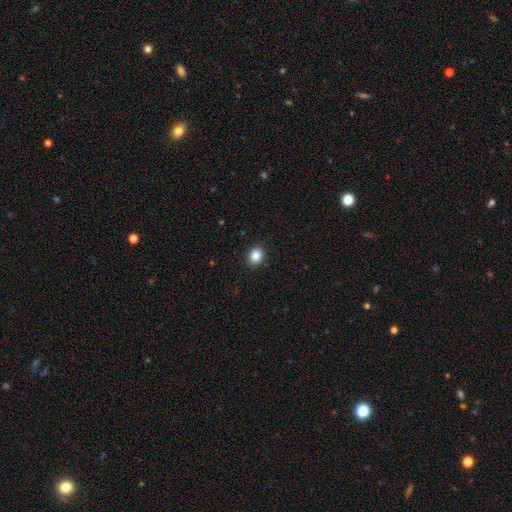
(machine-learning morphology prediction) Overall: smooth (85%). How rounded: round (76%). Merging: none (92%).